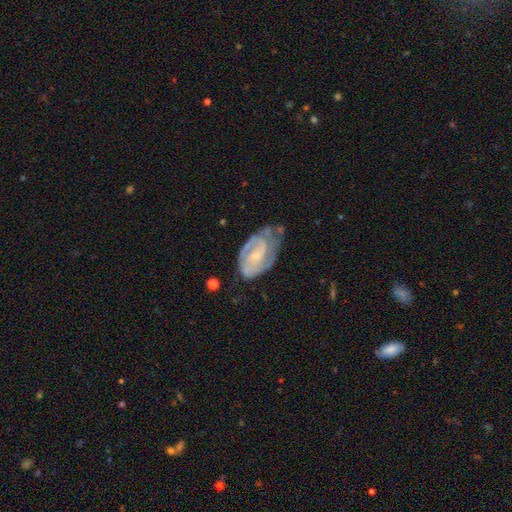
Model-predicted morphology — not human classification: type=featured or disk (78%); edge-on=no (96%); bar=no (47%); spiral arms=yes (93%); winding=tight (56%); arm count=2 (66%); bulge=small (57%); merging=none (58%).